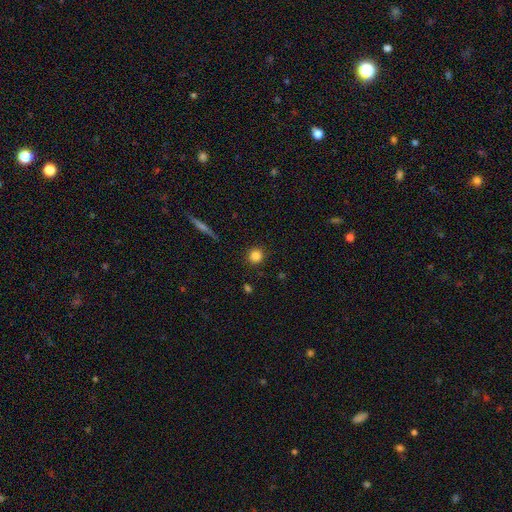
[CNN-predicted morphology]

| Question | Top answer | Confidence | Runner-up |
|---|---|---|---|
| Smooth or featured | smooth | 84% | star or artifact (11%) |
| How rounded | round | 93% | in between (6%) |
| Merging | none | 90% | minor disturbance (6%) |